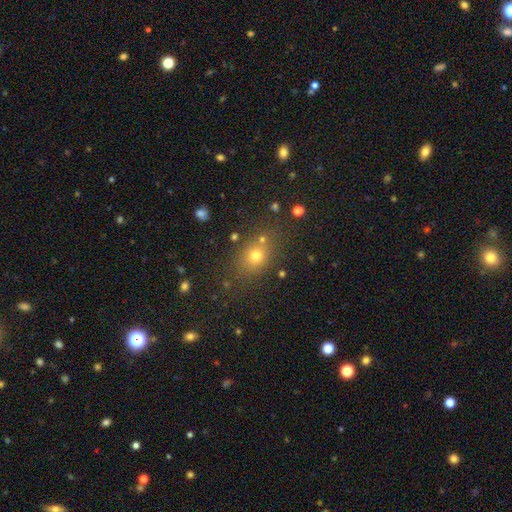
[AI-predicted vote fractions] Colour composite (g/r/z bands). It shows a smooth galaxy with no disk features (69%) that is round (52%). Merging: none (76%).